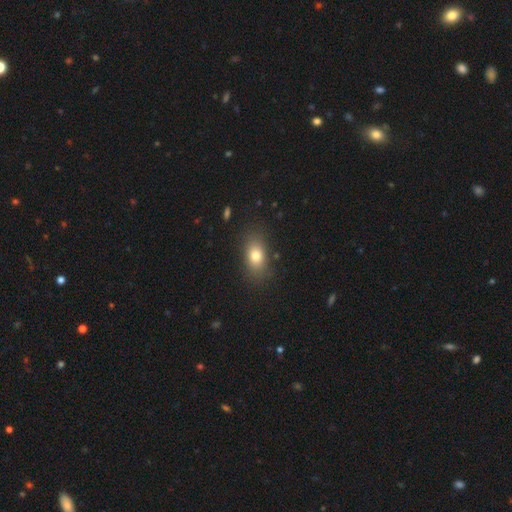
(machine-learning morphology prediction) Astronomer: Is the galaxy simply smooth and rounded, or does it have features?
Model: smooth — 78%.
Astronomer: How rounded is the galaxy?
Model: in between — 81%.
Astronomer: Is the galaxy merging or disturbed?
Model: none — 81%.